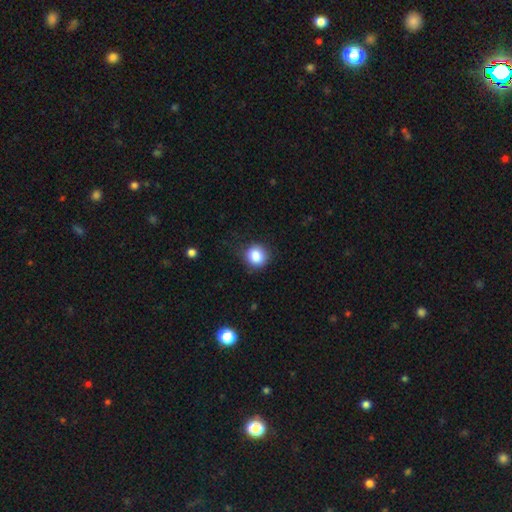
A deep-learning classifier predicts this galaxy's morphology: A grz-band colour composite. It shows a smooth galaxy with no disk features (86%) that is round (87%). Merging: none (83%).